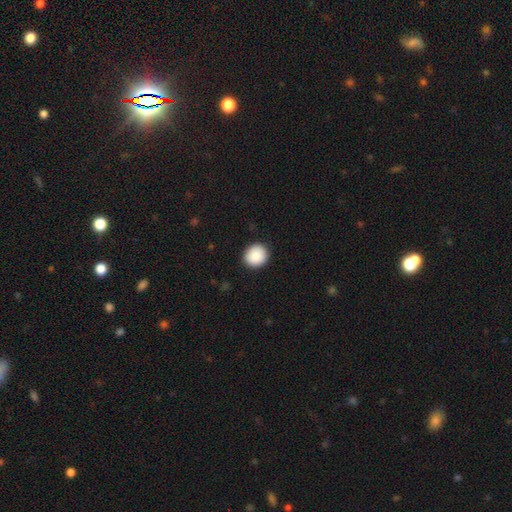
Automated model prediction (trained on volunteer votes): smooth 90%, star or artifact 7%, featured or disk 3%. Down the decision tree: how rounded — round (82%); merging — none (90%).